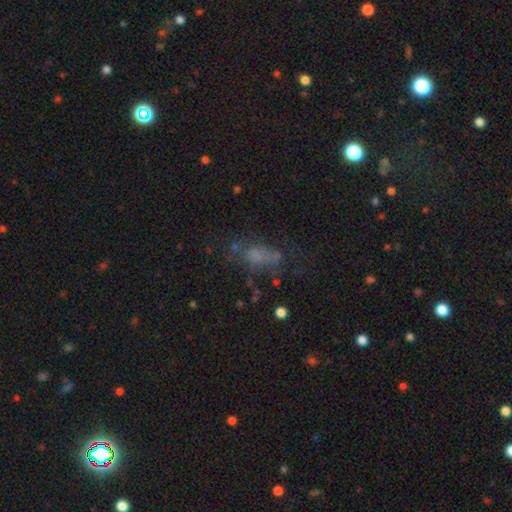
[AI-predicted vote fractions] smooth-or-featured: smooth: 36% | star or artifact: 34% | featured or disk: 30%
  merging: none: 57% | minor disturbance: 20% | major disturbance: 19% | merger: 5%